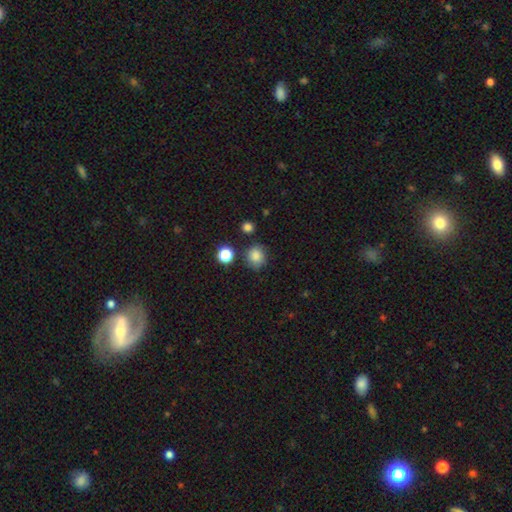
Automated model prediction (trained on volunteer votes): Q: Smooth or featured?
A: smooth (81%); runner-up: star or artifact (11%)
Q: How rounded?
A: round (81%); runner-up: in between (18%)
Q: Merging?
A: none (75%); runner-up: minor disturbance (16%)